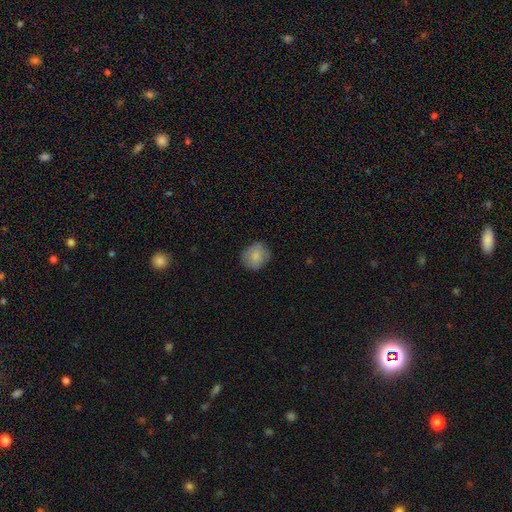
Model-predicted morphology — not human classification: Smooth or featured: smooth — 85% (featured or disk — 8%)
How rounded: round — 79% (in between — 20%)
Merging: none — 84% (minor disturbance — 13%)